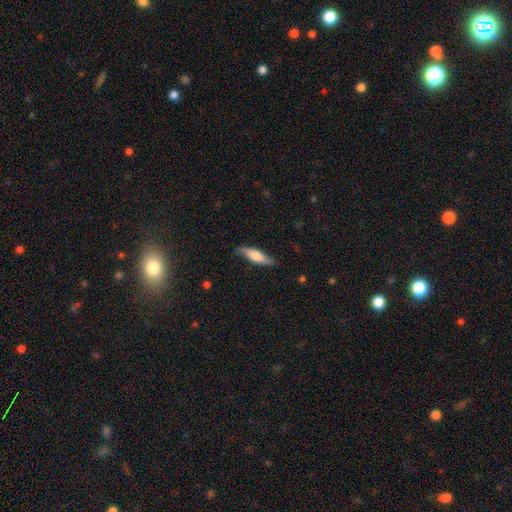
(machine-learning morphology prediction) type=smooth (58%); roundness=cigar-shaped (65%); merging=none (77%).